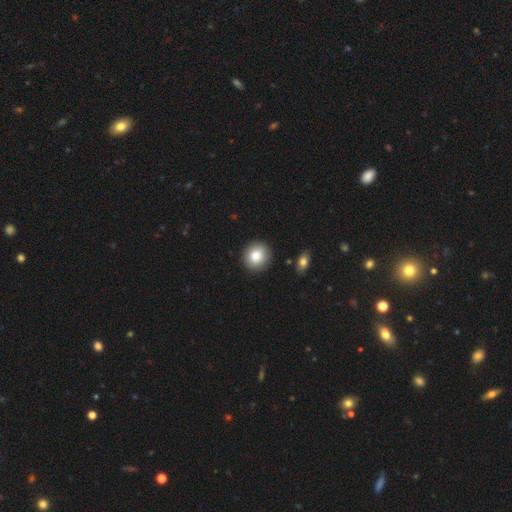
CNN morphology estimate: Overall: smooth (81%). How rounded: round (89%). Merging: none (90%).